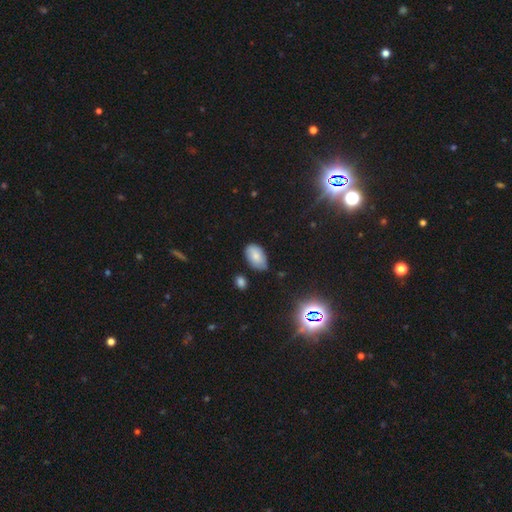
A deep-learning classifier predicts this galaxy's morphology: Smooth or featured: smooth — 76% (featured or disk — 14%)
How rounded: in between — 92% (round — 6%)
Merging: none — 62% (minor disturbance — 30%)